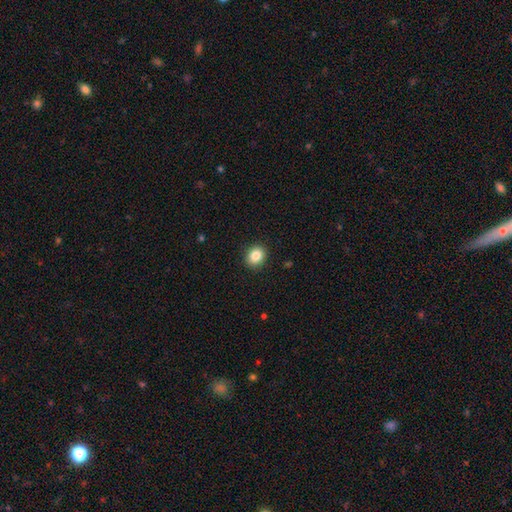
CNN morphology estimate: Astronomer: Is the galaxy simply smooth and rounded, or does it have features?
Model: smooth — 85%.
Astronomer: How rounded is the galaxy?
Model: round — 63%.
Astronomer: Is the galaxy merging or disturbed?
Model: none — 90%.